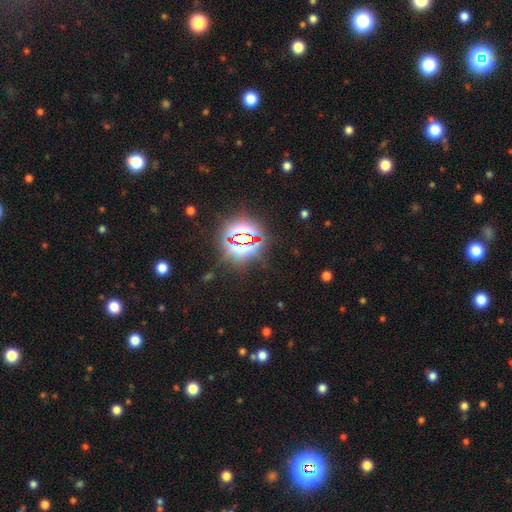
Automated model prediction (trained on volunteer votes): star or artifact 81%, smooth 12%, featured or disk 7%.